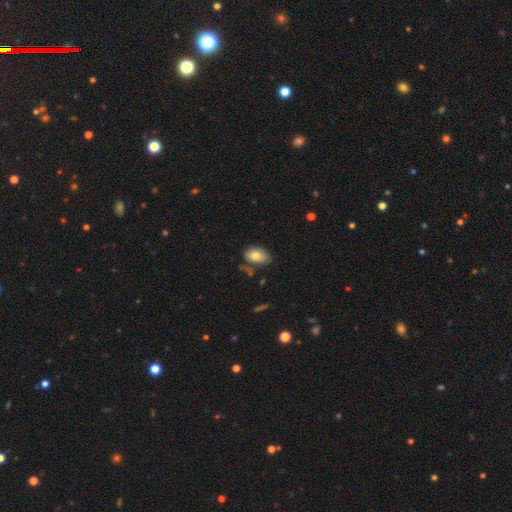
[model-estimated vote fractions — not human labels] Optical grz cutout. It shows a smooth galaxy with no disk features (72%) that is in between round and cigar-shaped (87%). Merging: none (57%).